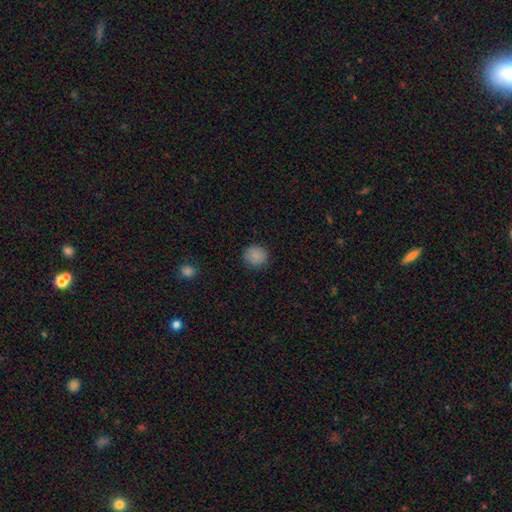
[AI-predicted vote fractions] A smooth galaxy with no disk features (87%) that is round (89%).

Vote fractions:
- Smooth or featured? smooth: 87% / star or artifact: 9% / featured or disk: 4%
- How rounded? round: 89% / in between: 10% / cigar-shaped: 1%
- Merging? none: 88% / minor disturbance: 8% / major disturbance: 2% / merger: 1%